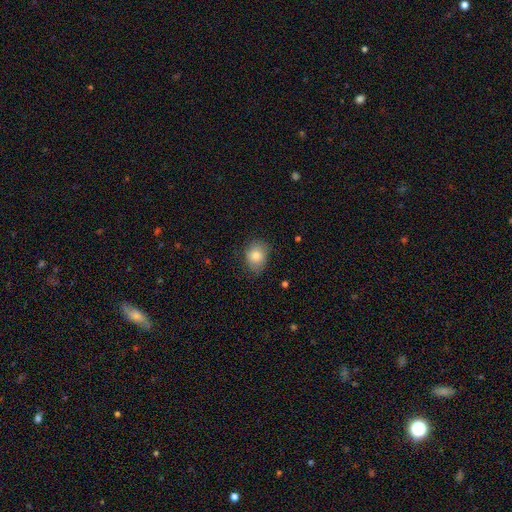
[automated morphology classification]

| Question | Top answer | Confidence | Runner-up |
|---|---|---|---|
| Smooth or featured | smooth | 81% | featured or disk (11%) |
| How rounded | round | 52% | in between (47%) |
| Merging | none | 73% | minor disturbance (21%) |